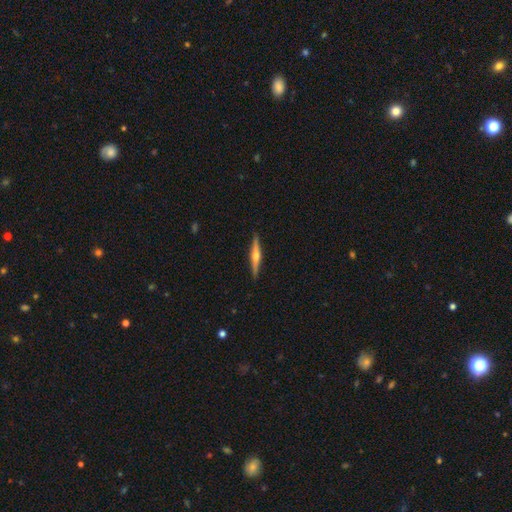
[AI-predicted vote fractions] smooth-or-featured: featured or disk: 73% | smooth: 22% | star or artifact: 5%
  disk-edge-on: yes: 98% | no: 2%
    edge-on-bulge: rounded: 91% | boxy: 5% | none: 4%
  merging: none: 91% | minor disturbance: 7% | major disturbance: 1% | merger: 1%